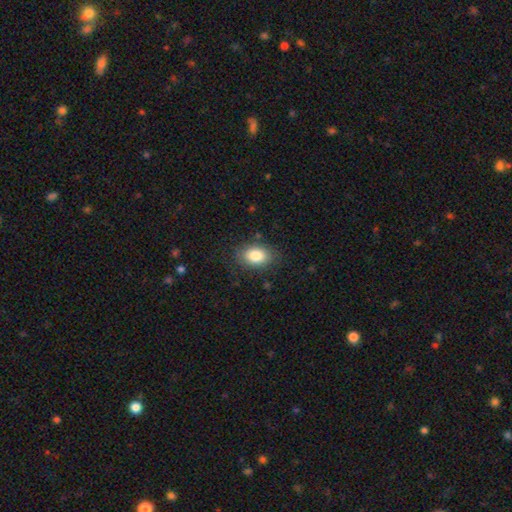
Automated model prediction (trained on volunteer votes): Smooth or featured: smooth — 84% (featured or disk — 8%)
How rounded: in between — 80% (round — 19%)
Merging: none — 82% (minor disturbance — 12%)